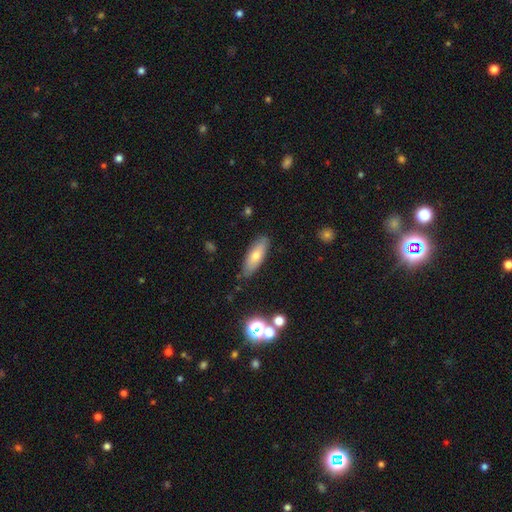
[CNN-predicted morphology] Smooth or featured? smooth (66%)
How rounded? in between (57%)
Merging? none (83%)